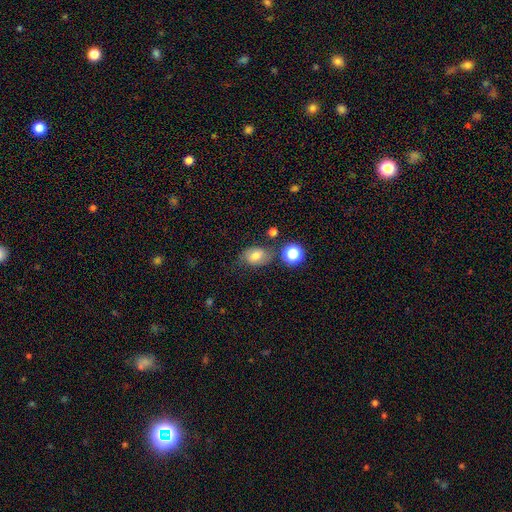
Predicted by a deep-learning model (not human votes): Overall: smooth (68%). How rounded: in between (75%). Merging: none (65%).